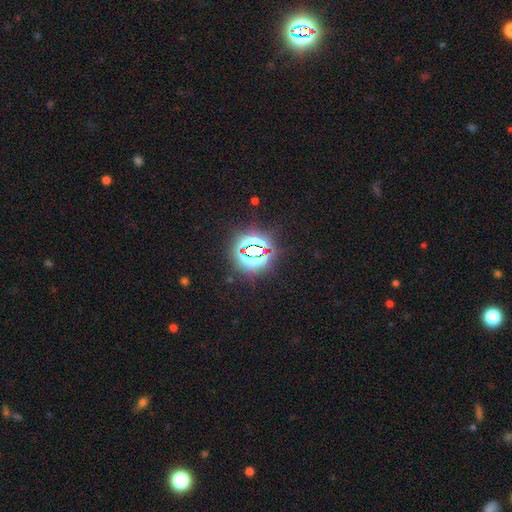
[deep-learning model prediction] Overall: star or artifact (81%).